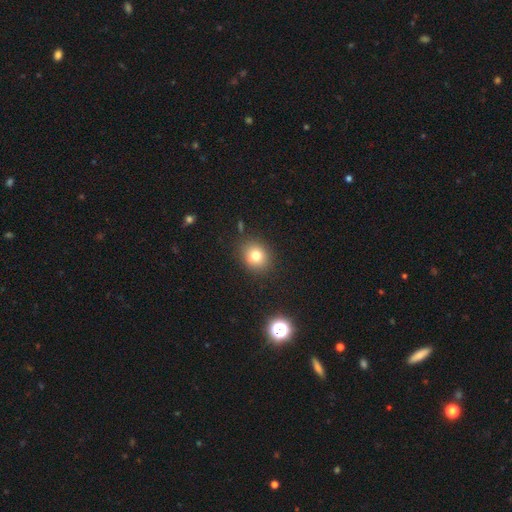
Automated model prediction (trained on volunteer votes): Smooth or featured? Predicted: smooth (p=0.77). How rounded? Predicted: round (p=0.73). Merging? Predicted: none (p=0.86).